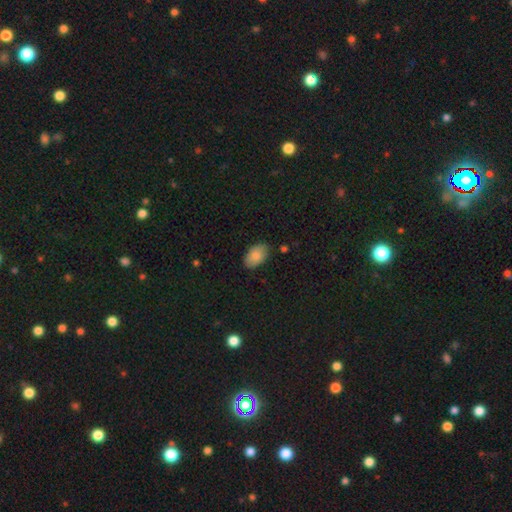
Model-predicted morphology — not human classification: A smooth galaxy with no disk features (84%) that is in between round and cigar-shaped (92%). Merging: none (82%).